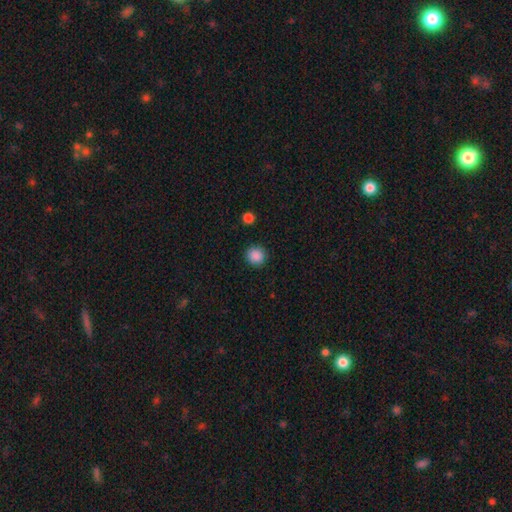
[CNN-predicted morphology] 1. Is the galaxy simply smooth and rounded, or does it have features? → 88% smooth, 10% star or artifact, 3% featured or disk.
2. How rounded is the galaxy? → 92% round, 7% in between, 1% cigar-shaped.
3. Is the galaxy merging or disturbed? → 91% none, 5% minor disturbance, 2% major disturbance, 1% merger.